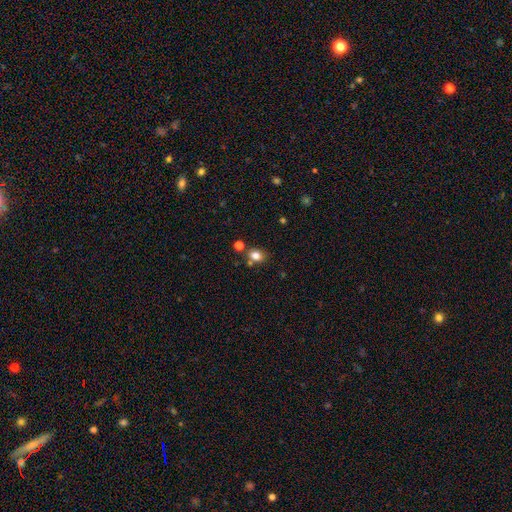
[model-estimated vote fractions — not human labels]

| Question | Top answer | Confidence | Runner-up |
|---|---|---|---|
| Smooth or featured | smooth | 79% | star or artifact (14%) |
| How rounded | round | 59% | in between (40%) |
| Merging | none | 71% | merger (14%) |